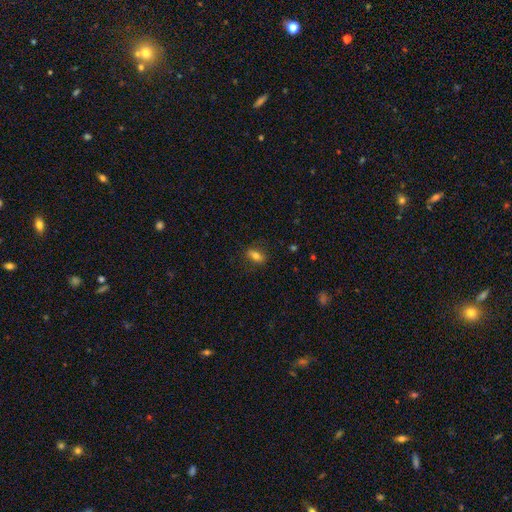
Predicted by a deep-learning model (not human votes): smooth_or_featured: smooth (p=0.74) [alt: featured or disk p=0.15]
how_rounded: in between (p=0.77) [alt: cigar-shaped p=0.13]
merging: none (p=0.81) [alt: minor disturbance p=0.14]